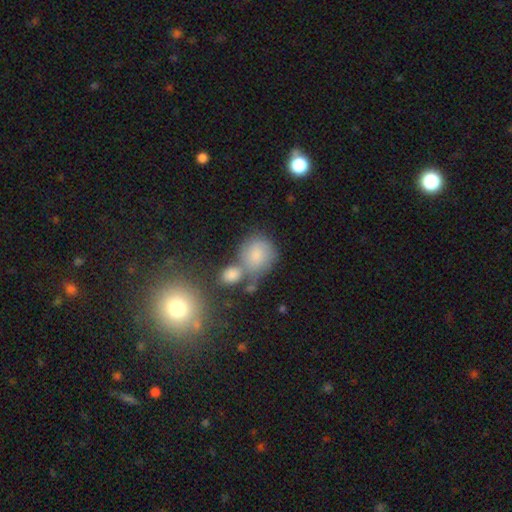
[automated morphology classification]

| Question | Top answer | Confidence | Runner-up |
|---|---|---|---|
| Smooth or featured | smooth | 73% | featured or disk (15%) |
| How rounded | round | 71% | in between (28%) |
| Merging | none | 44% | merger (31%) |